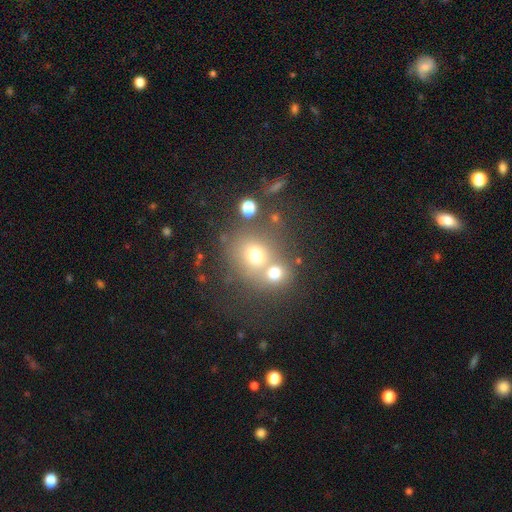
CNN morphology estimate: Smooth or featured: smooth — 63% (star or artifact — 19%)
How rounded: round — 77% (in between — 22%)
Merging: merger — 48% (none — 40%)